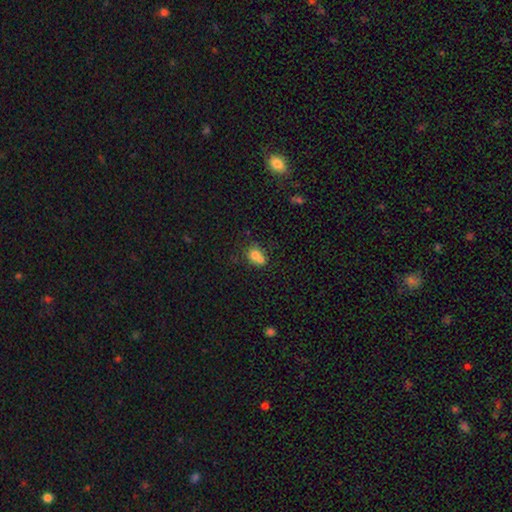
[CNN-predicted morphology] Smooth or featured? smooth (73%)
How rounded? round (65%)
Merging? merger (52%)